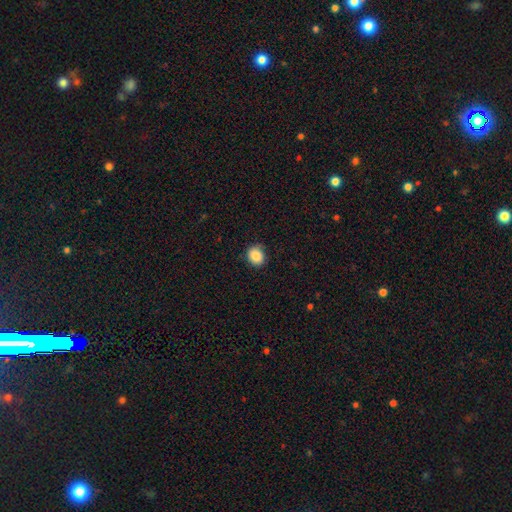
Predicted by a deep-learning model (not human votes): A smooth galaxy with no disk features (87%) that is round (71%). Merging: none (84%).